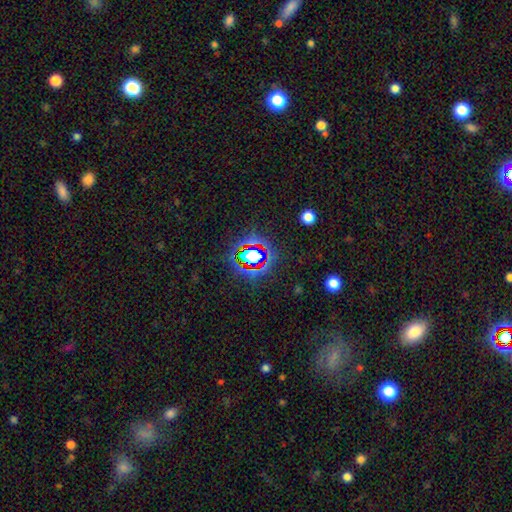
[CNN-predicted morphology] This appears to be a star or artifact, not a galaxy (66%).